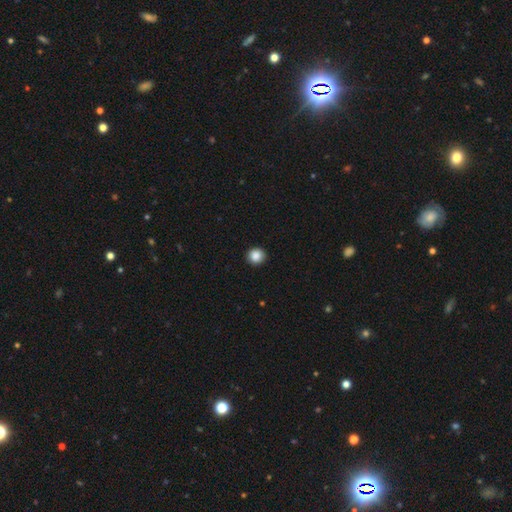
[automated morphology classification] This appears to be a smooth galaxy with no disk features (87%) that is round (94%). Merging: none (93%).